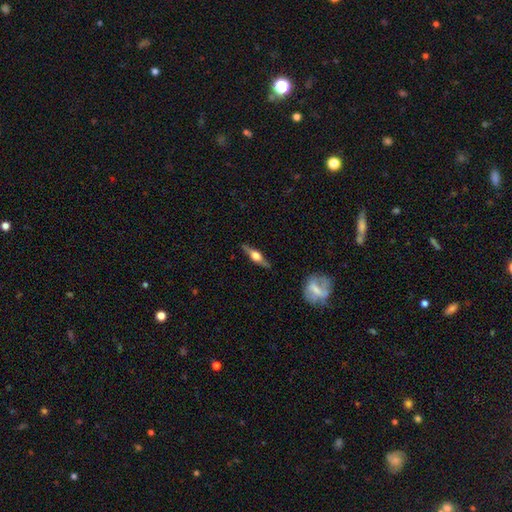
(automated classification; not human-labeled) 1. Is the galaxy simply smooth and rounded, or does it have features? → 75% featured or disk, 19% smooth, 6% star or artifact.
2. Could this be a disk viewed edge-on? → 97% yes, 3% no.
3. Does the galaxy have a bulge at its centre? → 92% rounded, 7% boxy, 2% none.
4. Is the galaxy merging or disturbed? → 86% none, 10% minor disturbance, 2% major disturbance, 2% merger.